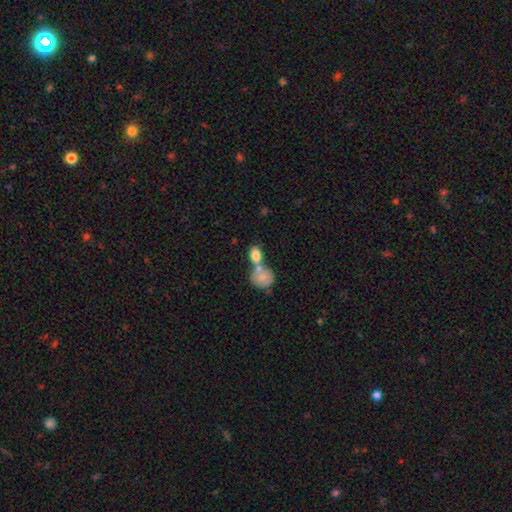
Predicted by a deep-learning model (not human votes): The model was most divided on "merging": merger: 53%, none: 33%, minor disturbance: 10%, major disturbance: 4%. More confident: smooth or featured — smooth (78%); how rounded — in between (72%).